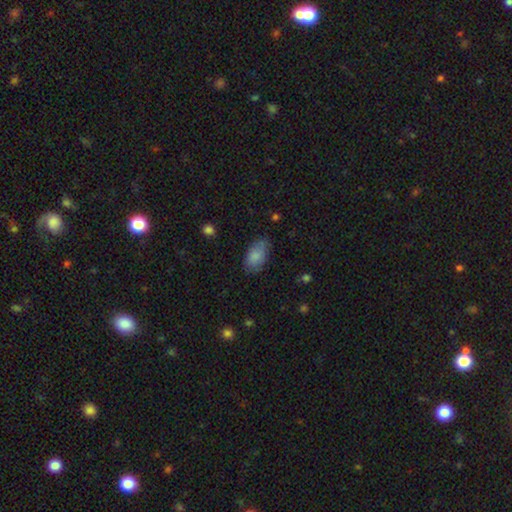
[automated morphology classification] smooth 83%, featured or disk 10%, star or artifact 7%. Down the decision tree: how rounded — in between (93%); merging — none (64%).